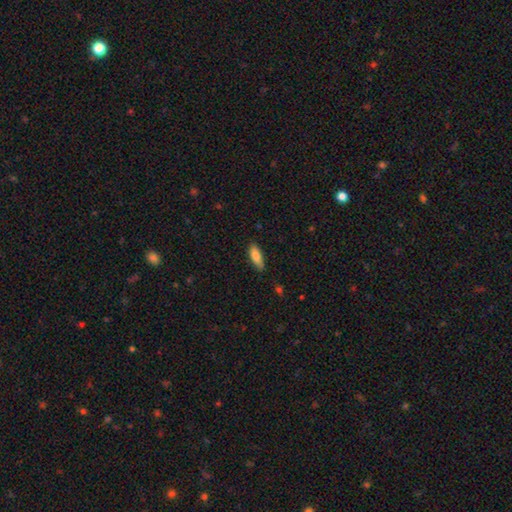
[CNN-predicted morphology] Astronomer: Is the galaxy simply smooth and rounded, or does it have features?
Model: smooth — 82%.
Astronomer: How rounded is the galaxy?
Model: in between — 63%.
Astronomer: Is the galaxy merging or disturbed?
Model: none — 78%.